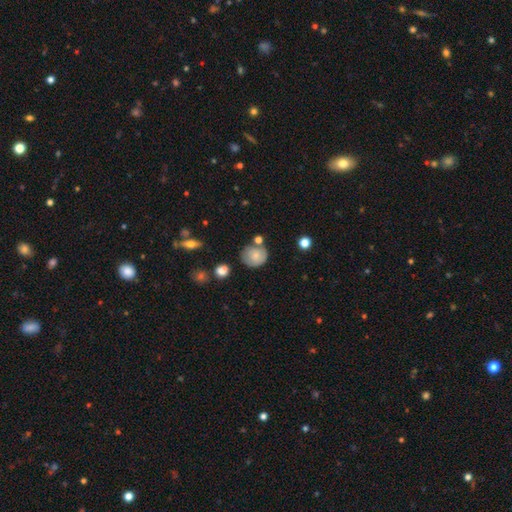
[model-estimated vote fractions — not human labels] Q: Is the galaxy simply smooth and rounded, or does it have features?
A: smooth — 73%.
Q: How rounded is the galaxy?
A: round — 80%.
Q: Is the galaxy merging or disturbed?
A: none — 66%.